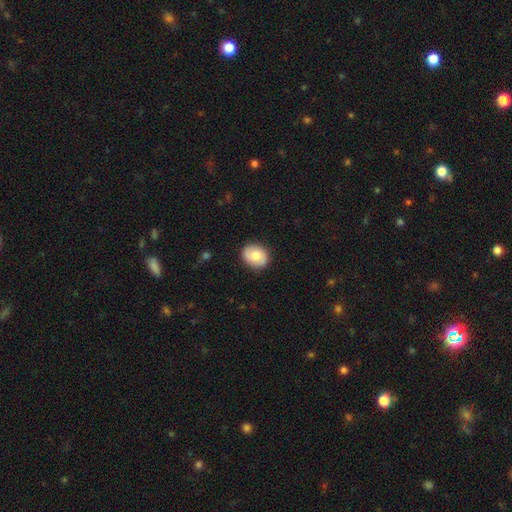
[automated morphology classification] Smooth or featured: smooth — 70% (featured or disk — 23%)
How rounded: round — 55% (in between — 44%)
Merging: none — 86% (minor disturbance — 11%)